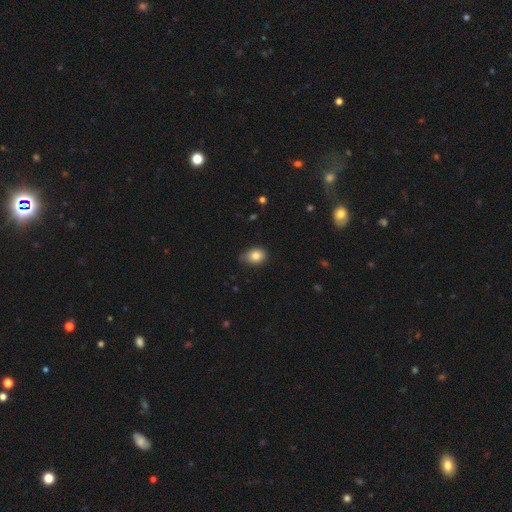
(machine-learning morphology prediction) A smooth galaxy with no disk features (82%) that is in between round and cigar-shaped (60%).

Vote fractions:
- Smooth or featured? smooth: 82% / star or artifact: 9% / featured or disk: 8%
- How rounded? in between: 60% / round: 39% / cigar-shaped: 1%
- Merging? none: 64% / minor disturbance: 30% / major disturbance: 4% / merger: 1%